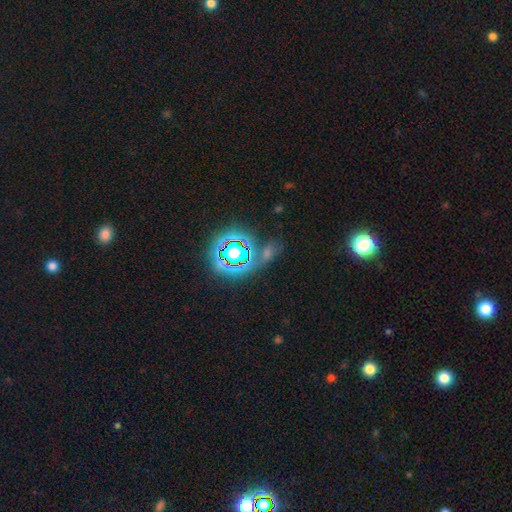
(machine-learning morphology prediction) Smooth or featured? star or artifact (78%)